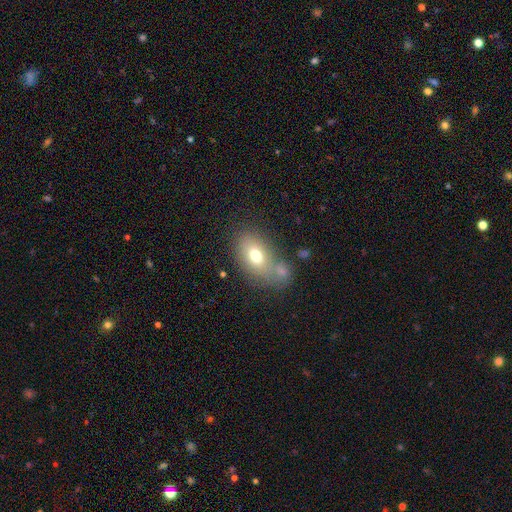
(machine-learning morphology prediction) smooth_or_featured: smooth (p=0.72) [alt: featured or disk p=0.19]
how_rounded: in between (p=0.86) [alt: round p=0.12]
merging: none (p=0.48) [alt: merger p=0.28]